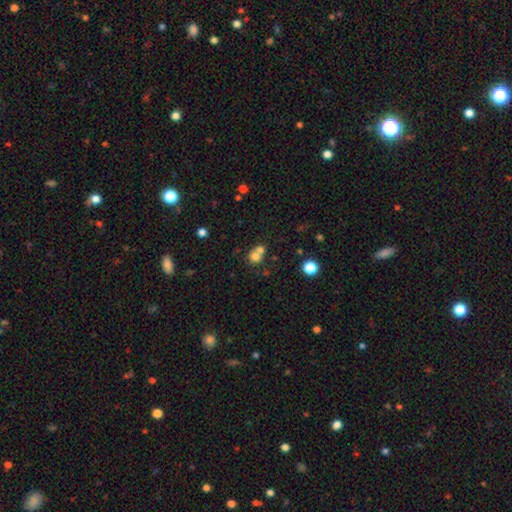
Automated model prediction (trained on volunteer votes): Q: Smooth or featured?
A: smooth (71%); runner-up: featured or disk (15%)
Q: How rounded?
A: round (81%); runner-up: in between (18%)
Q: Merging?
A: merger (56%); runner-up: none (35%)